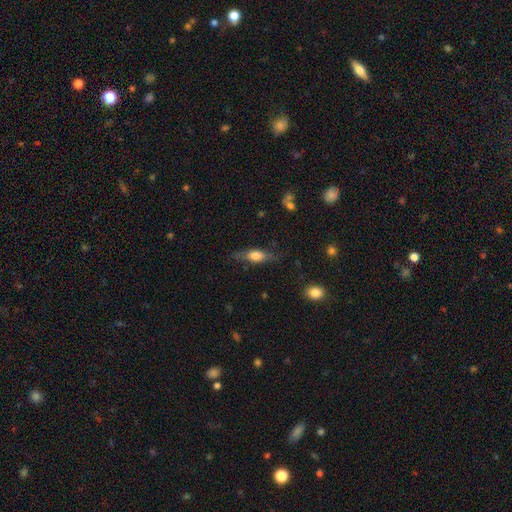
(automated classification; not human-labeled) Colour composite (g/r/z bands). It shows a smooth galaxy with no disk features (52%) that is in between round and cigar-shaped (52%). Merging: none (72%).